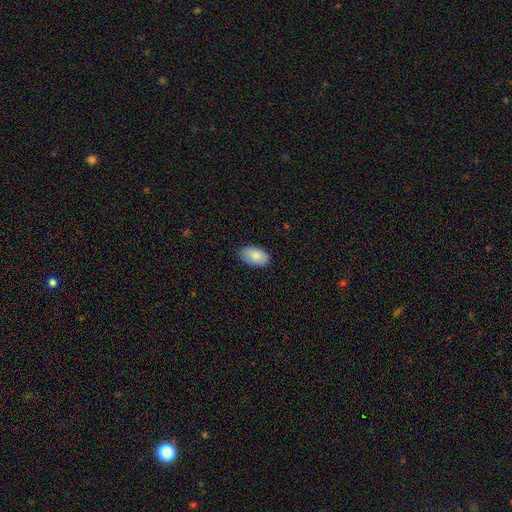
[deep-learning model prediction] This appears to be a smooth galaxy with no disk features (86%) that is in between round and cigar-shaped (95%). Merging: none (85%).